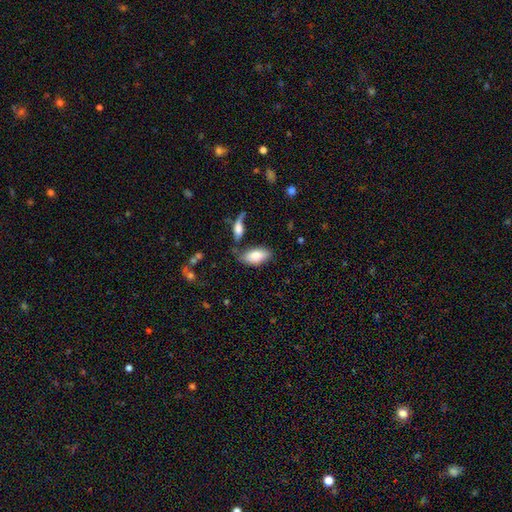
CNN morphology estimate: Overall: smooth (80%). How rounded: in between (91%). Merging: none (70%).